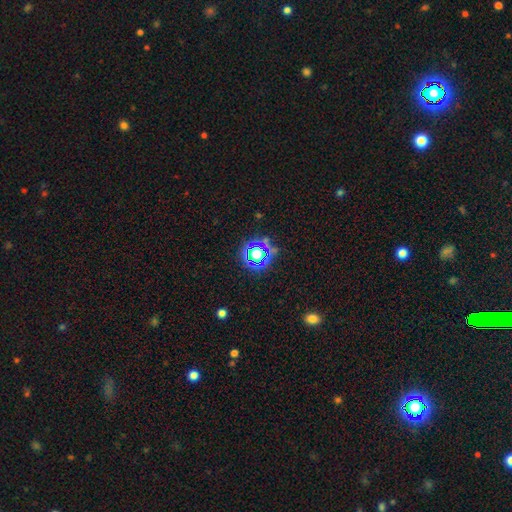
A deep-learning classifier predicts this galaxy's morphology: The model was most divided on "smooth or featured": star or artifact: 57%, smooth: 32%, featured or disk: 12%.